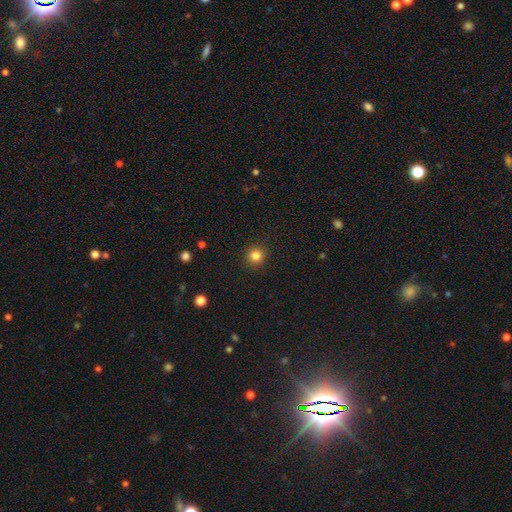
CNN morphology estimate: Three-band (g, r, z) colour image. It shows a smooth galaxy with no disk features (83%) that is round (93%). Merging: none (92%).